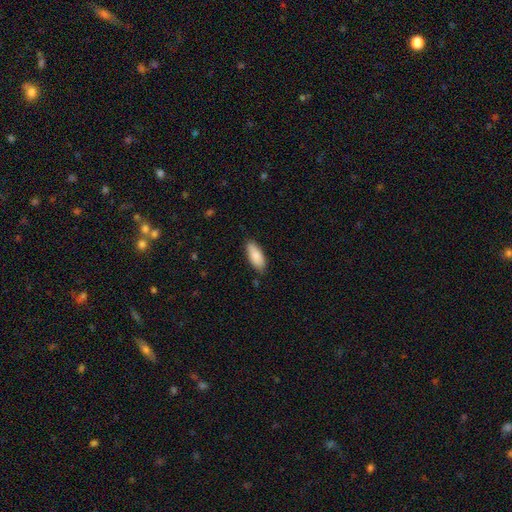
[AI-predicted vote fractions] Smooth or featured: smooth — 88% (featured or disk — 6%)
How rounded: in between — 80% (cigar-shaped — 19%)
Merging: none — 83% (minor disturbance — 13%)